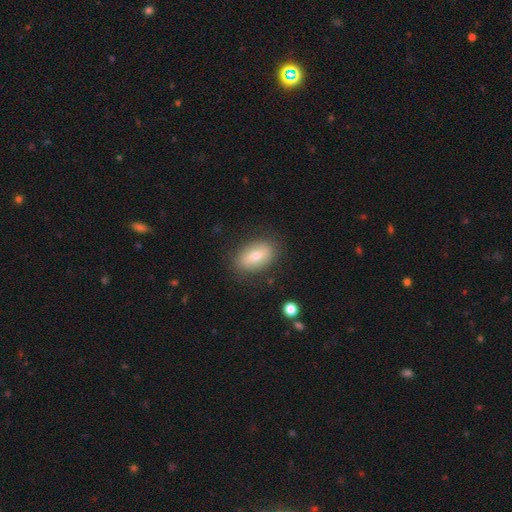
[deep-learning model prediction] Morphology: type=smooth (66%); roundness=in between (88%); merging=none (84%).